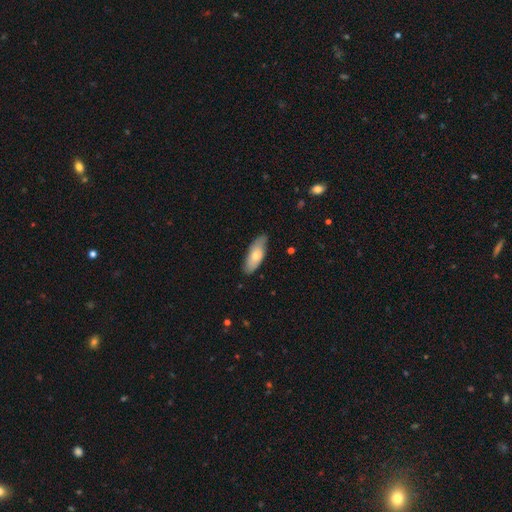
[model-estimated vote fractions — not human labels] Smooth or featured? smooth (71%)
How rounded? in between (75%)
Merging? none (76%)